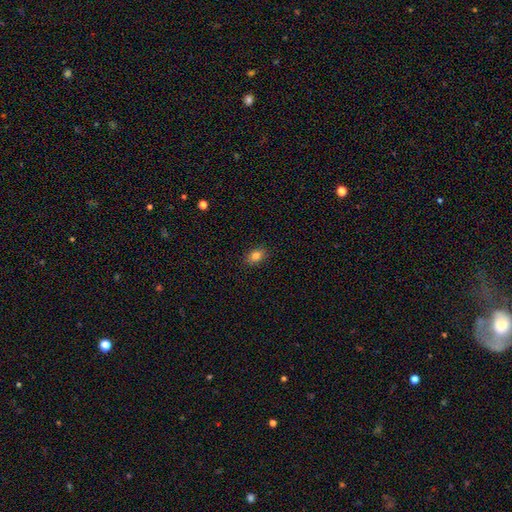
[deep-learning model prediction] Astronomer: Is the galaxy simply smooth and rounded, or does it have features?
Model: smooth — 84%.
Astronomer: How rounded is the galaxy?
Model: in between — 76%.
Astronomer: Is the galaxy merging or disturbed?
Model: none — 88%.